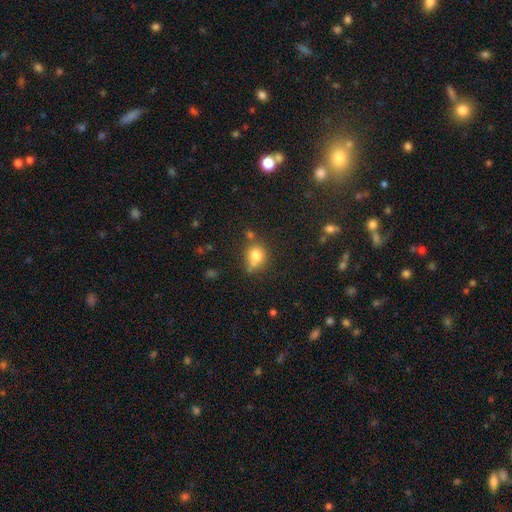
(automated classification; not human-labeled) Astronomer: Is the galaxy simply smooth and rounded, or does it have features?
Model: smooth — 77%.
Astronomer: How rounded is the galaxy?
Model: round — 73%.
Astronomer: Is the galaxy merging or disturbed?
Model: none — 53%.